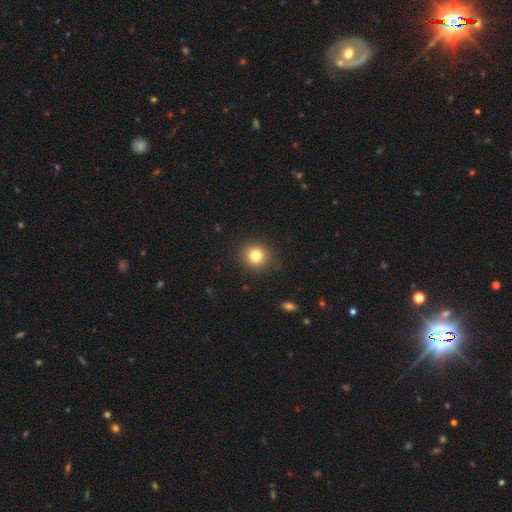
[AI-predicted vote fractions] Smooth or featured? Predicted: smooth (p=0.81). How rounded? Predicted: round (p=0.90). Merging? Predicted: none (p=0.89).